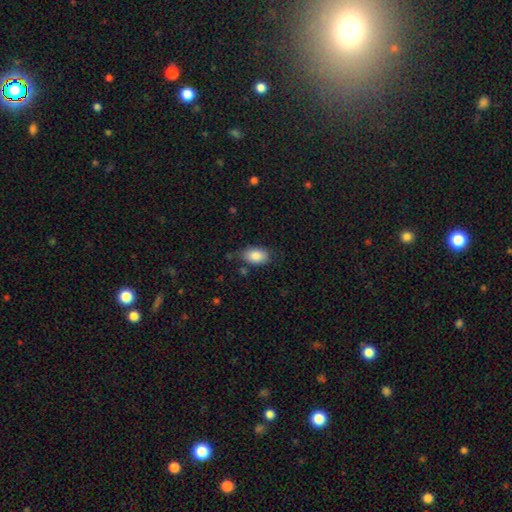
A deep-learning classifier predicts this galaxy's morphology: smooth-or-featured: smooth: 87% | star or artifact: 7% | featured or disk: 6%
  how-rounded: in between: 90% | round: 9% | cigar-shaped: 2%
  merging: none: 74% | minor disturbance: 19% | major disturbance: 4% | merger: 2%